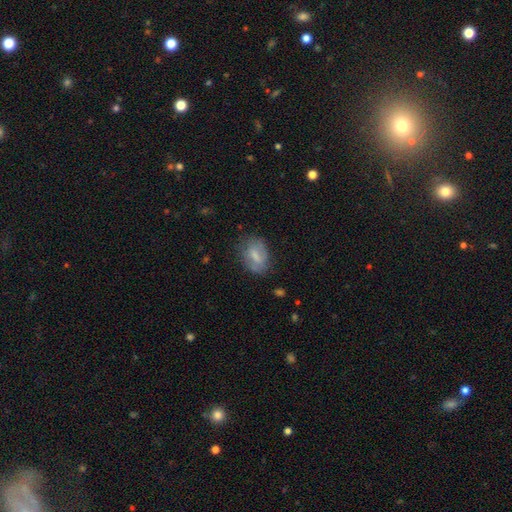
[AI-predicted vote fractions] A smooth galaxy with no disk features (63%) that is in between round and cigar-shaped (80%).

Vote fractions:
- Smooth or featured? smooth: 63% / featured or disk: 29% / star or artifact: 8%
- How rounded? in between: 80% / round: 17% / cigar-shaped: 3%
- Merging? none: 66% / minor disturbance: 23% / major disturbance: 9% / merger: 2%